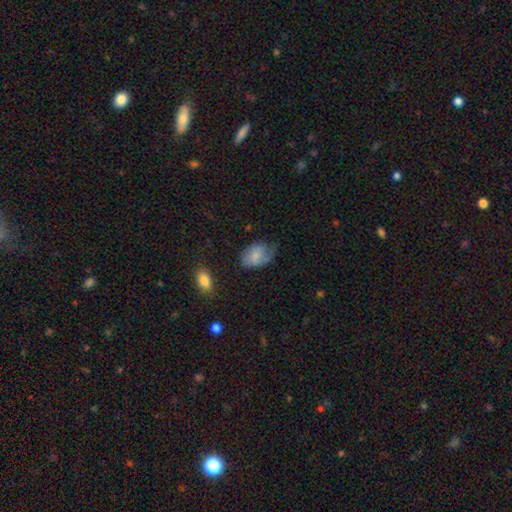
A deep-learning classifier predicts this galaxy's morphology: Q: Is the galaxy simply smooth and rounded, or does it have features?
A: smooth — 70%.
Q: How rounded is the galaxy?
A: in between — 85%.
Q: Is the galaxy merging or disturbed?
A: none — 43%.